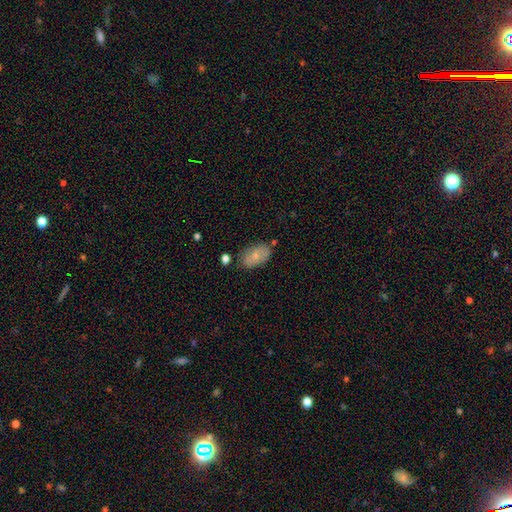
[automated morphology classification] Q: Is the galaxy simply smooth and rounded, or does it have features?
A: smooth — 72%.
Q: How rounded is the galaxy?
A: in between — 92%.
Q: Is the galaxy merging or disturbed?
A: none — 73%.